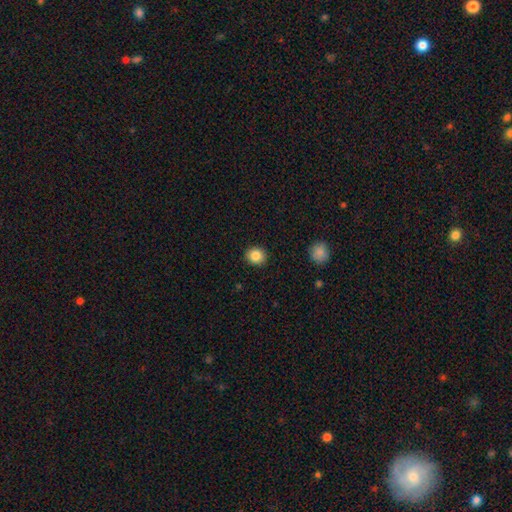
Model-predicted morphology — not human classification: Smooth or featured: smooth — 85% (star or artifact — 10%)
How rounded: round — 82% (in between — 17%)
Merging: none — 91% (minor disturbance — 6%)